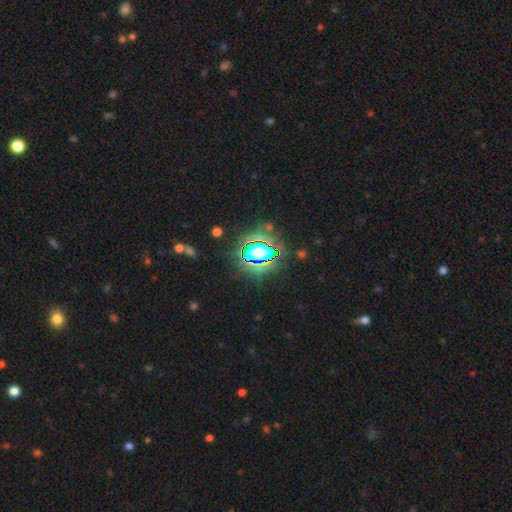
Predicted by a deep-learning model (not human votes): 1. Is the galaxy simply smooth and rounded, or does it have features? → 83% star or artifact, 11% smooth, 7% featured or disk.